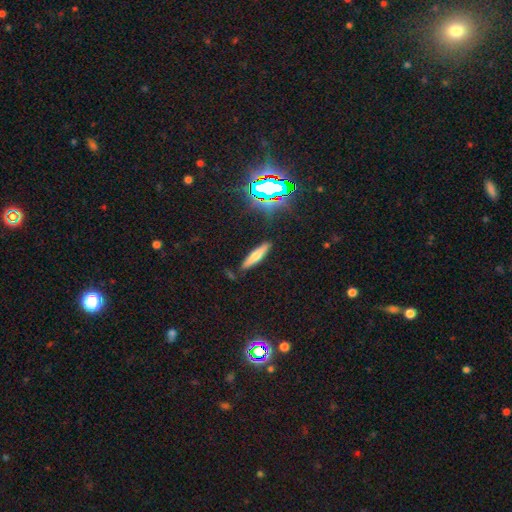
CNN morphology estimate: Smooth or featured?
  - smooth: 61% *
  - featured or disk: 24%
  - star or artifact: 14%
How rounded?
  - cigar-shaped: 81% *
  - in between: 16%
  - round: 2%
Merging?
  - none: 85% *
  - minor disturbance: 10%
  - major disturbance: 2%
  - merger: 2%